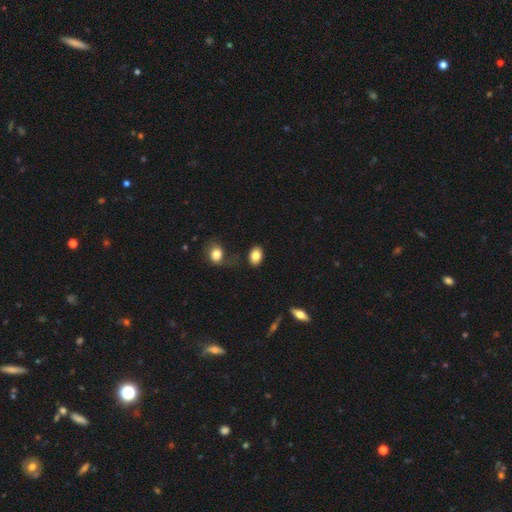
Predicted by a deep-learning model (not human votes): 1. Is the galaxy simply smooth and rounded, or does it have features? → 82% smooth, 10% featured or disk, 9% star or artifact.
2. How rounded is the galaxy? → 80% in between, 18% round, 2% cigar-shaped.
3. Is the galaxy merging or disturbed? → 74% none, 15% minor disturbance, 5% major disturbance, 5% merger.